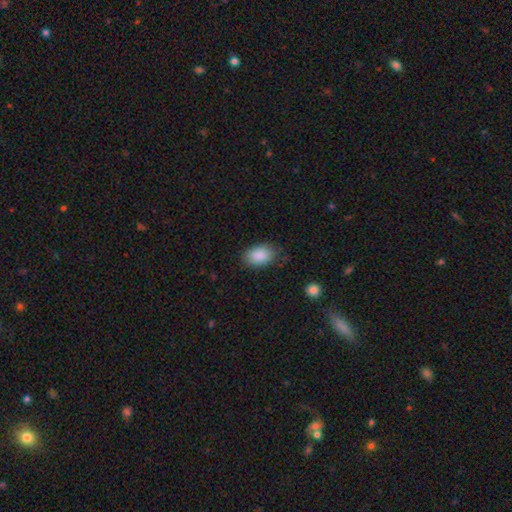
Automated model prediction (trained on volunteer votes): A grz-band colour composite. It shows a smooth galaxy with no disk features (88%) that is in between round and cigar-shaped (89%). Merging: none (80%).